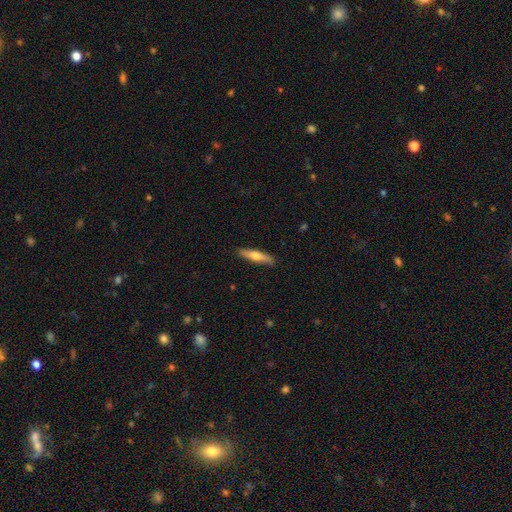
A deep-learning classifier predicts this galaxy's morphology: The model was most divided on "smooth or featured": smooth: 54%, featured or disk: 41%, star or artifact: 5%. More confident: merging — none (87%); how rounded — cigar-shaped (84%).